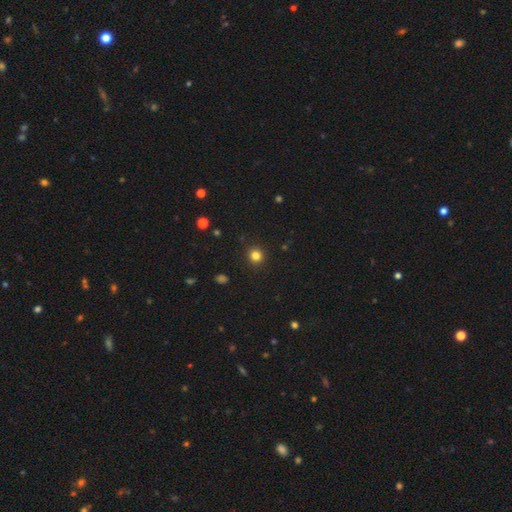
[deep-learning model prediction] A smooth galaxy with no disk features (82%) that is round (91%). Merging: none (91%).